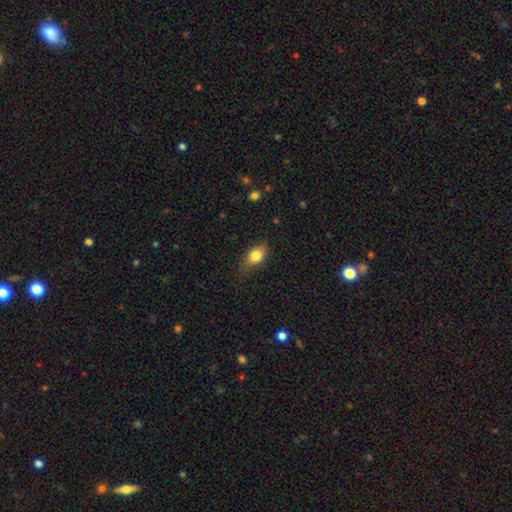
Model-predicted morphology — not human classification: Smooth or featured? smooth (81%)
How rounded? in between (83%)
Merging? none (70%)